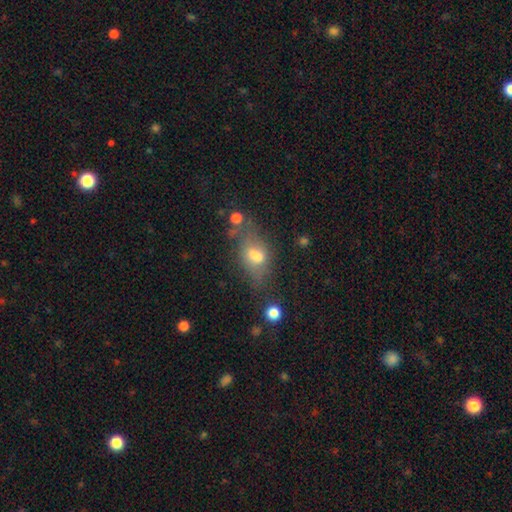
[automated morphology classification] A smooth galaxy with no disk features (57%) that is in between round and cigar-shaped (74%). Merging: none (39%).